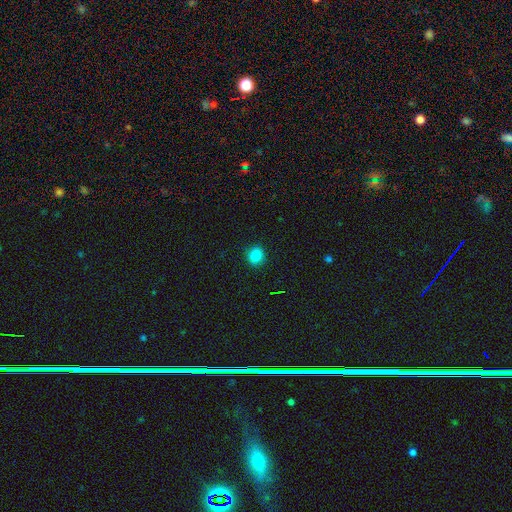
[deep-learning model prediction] smooth 84%, star or artifact 11%, featured or disk 4%. Down the decision tree: how rounded — round (74%); merging — none (89%).